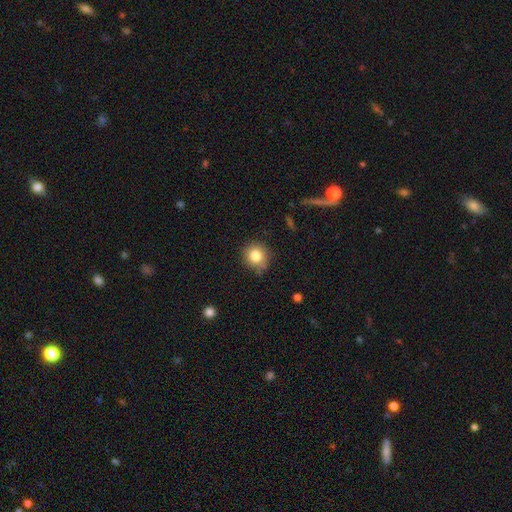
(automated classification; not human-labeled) This is clearly a smooth galaxy (82%). How rounded: clearly round (90%). Merging: clearly none (83%).